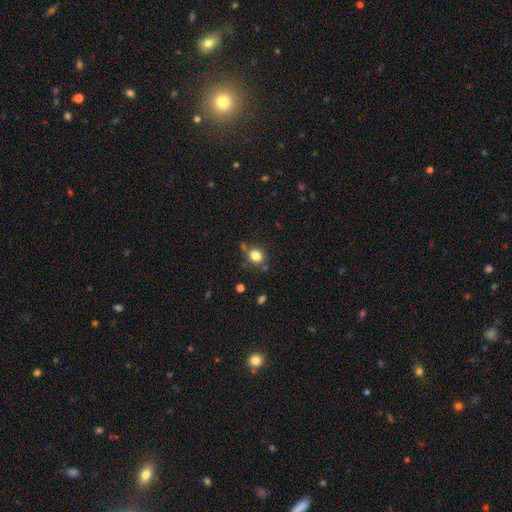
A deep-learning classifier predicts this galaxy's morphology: smooth-or-featured: smooth: 81% | star or artifact: 12% | featured or disk: 7%
  how-rounded: round: 59% | in between: 39% | cigar-shaped: 1%
  merging: none: 70% | minor disturbance: 16% | merger: 10% | major disturbance: 5%